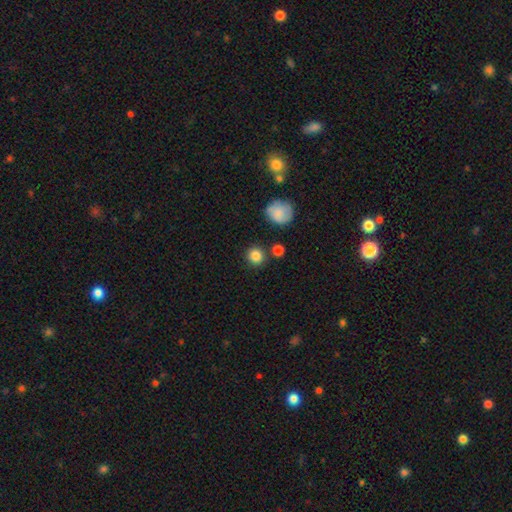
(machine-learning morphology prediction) smooth 85%, star or artifact 10%, featured or disk 5%. Down the decision tree: how rounded — round (91%); merging — none (84%).